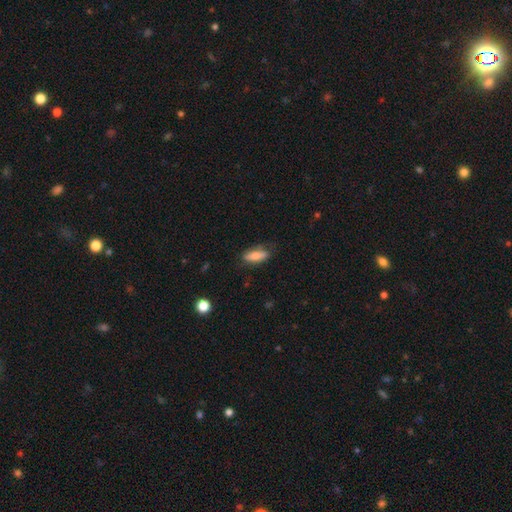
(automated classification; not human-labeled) Smooth or featured: smooth — 76% (featured or disk — 18%)
How rounded: in between — 68% (cigar-shaped — 29%)
Merging: none — 73% (minor disturbance — 21%)